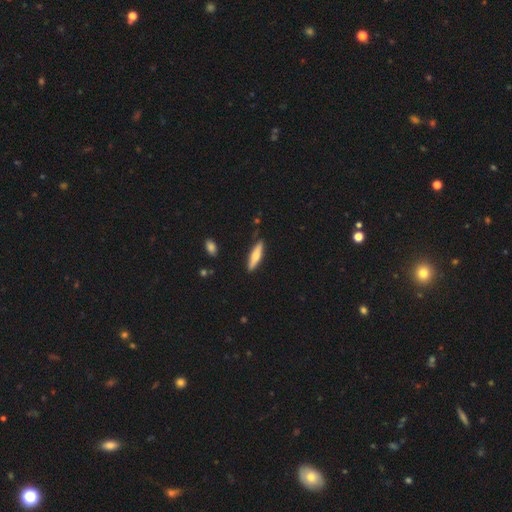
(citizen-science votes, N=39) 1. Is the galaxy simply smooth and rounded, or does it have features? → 51% smooth, 49% featured or disk, 0% star or artifact.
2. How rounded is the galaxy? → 80% cigar-shaped, 20% in between, 0% round.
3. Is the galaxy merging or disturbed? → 85% none, 13% minor disturbance, 3% major disturbance, 0% merger.